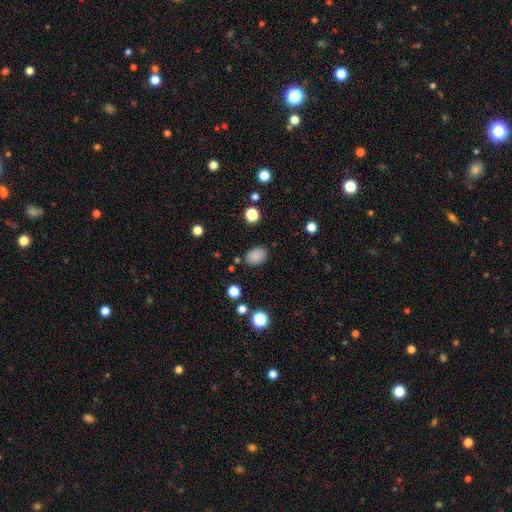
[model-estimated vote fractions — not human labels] smooth_or_featured: smooth (p=0.86) [alt: star or artifact p=0.10]
how_rounded: in between (p=0.77) [alt: round p=0.22]
merging: none (p=0.84) [alt: minor disturbance p=0.11]